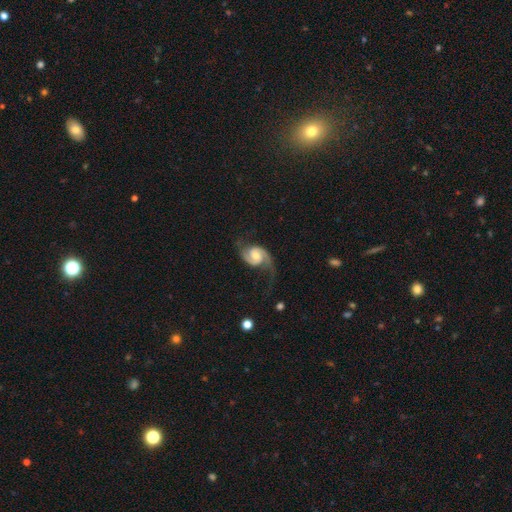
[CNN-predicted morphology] Smooth or featured? featured or disk (89%)
Edge-on disk? no (98%)
Bar? no (55%)
Spiral arms? yes (98%)
Spiral winding? medium (47%)
Spiral arm count? 2 (91%)
Bulge size? moderate (58%)
Merging? none (63%)